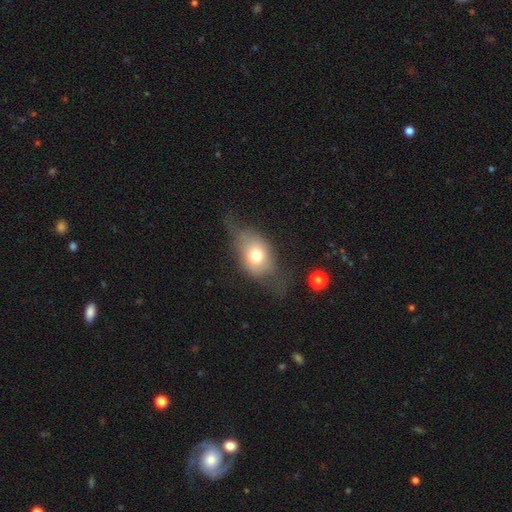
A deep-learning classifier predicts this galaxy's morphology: This is likely a smooth galaxy (62%). How rounded: likely in between (68%). Merging: marginally none (41%).